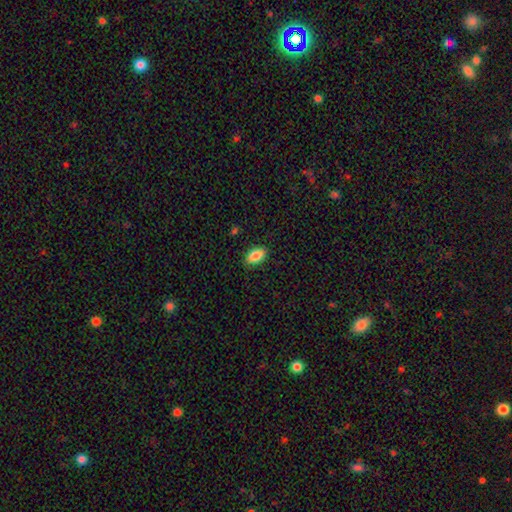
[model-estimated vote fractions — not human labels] smooth 85%, star or artifact 7%, featured or disk 7%. Down the decision tree: how rounded — in between (92%); merging — none (88%).